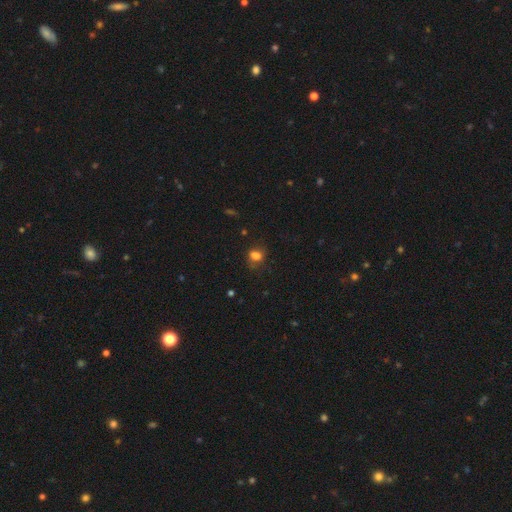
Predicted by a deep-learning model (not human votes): smooth-or-featured: smooth: 75% | star or artifact: 15% | featured or disk: 10%
  how-rounded: in between: 55% | round: 43% | cigar-shaped: 2%
  merging: none: 59% | minor disturbance: 23% | major disturbance: 11% | merger: 6%